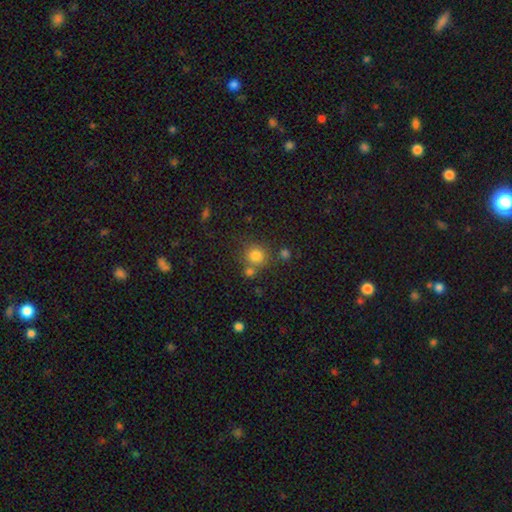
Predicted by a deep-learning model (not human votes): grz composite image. It shows a smooth galaxy with no disk features (80%) that is round (90%). Merging: none (68%).